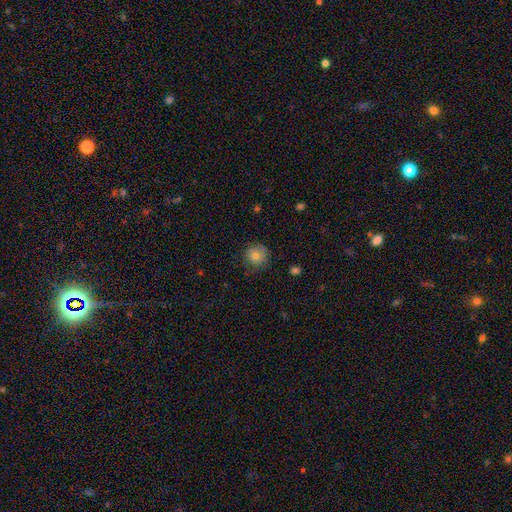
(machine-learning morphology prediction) smooth-or-featured: smooth: 70% | featured or disk: 21% | star or artifact: 9%
  how-rounded: round: 88% | in between: 11% | cigar-shaped: 1%
  merging: none: 71% | minor disturbance: 21% | major disturbance: 7% | merger: 1%